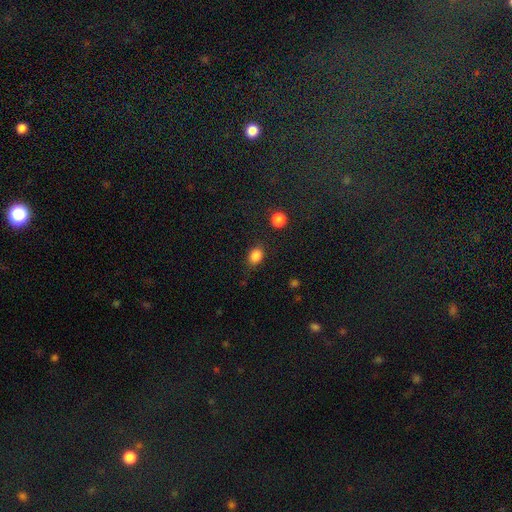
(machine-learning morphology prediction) Overall: smooth (85%). How rounded: in between (63%; round 36%). Merging: none (81%).